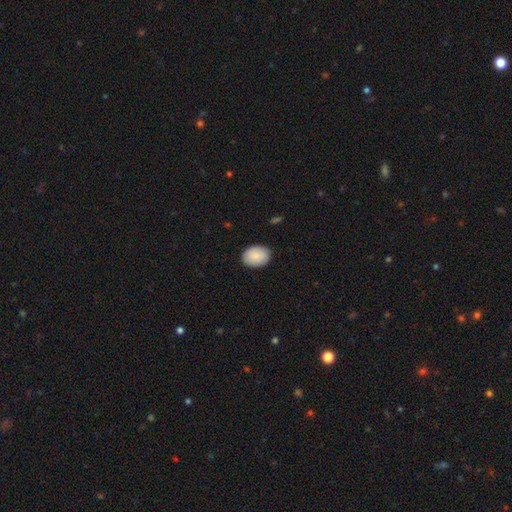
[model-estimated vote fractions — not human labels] smooth 87%, featured or disk 7%, star or artifact 6%. Down the decision tree: how rounded — in between (71%); merging — none (87%).